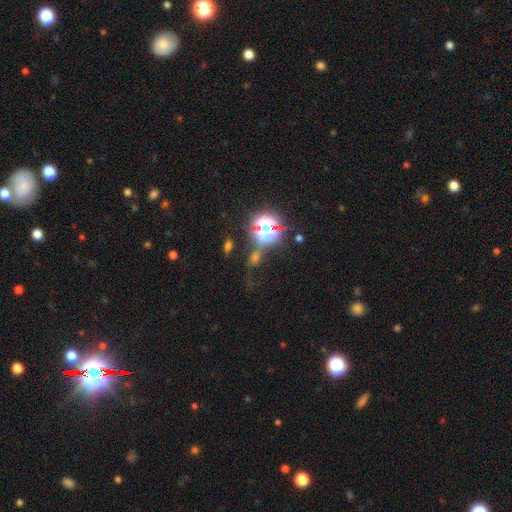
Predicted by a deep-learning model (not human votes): Morphology: type=star or artifact (66%).